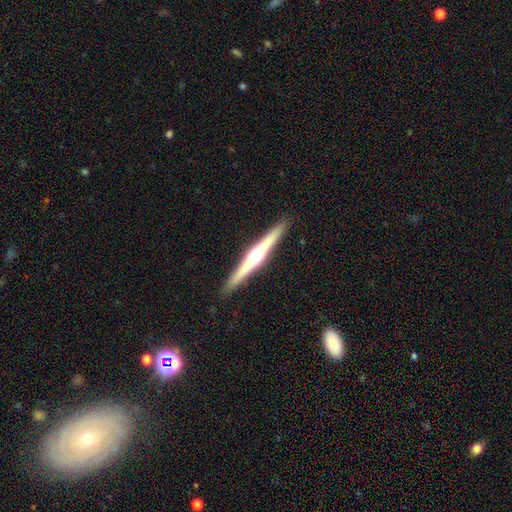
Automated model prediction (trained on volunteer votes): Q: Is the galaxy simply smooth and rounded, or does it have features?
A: featured or disk — 75%.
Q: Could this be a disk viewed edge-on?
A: yes — 99%.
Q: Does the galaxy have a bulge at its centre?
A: rounded — 84%.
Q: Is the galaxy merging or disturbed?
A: none — 92%.